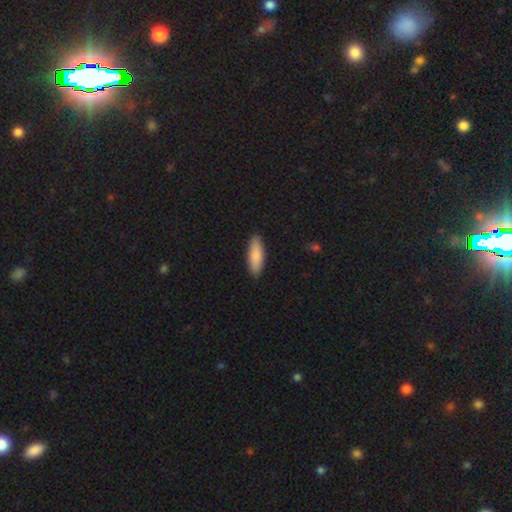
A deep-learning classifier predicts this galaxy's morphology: The model was most divided on "how rounded": in between: 55%, cigar-shaped: 44%, round: 2%. More confident: merging — none (89%); smooth or featured — smooth (84%).